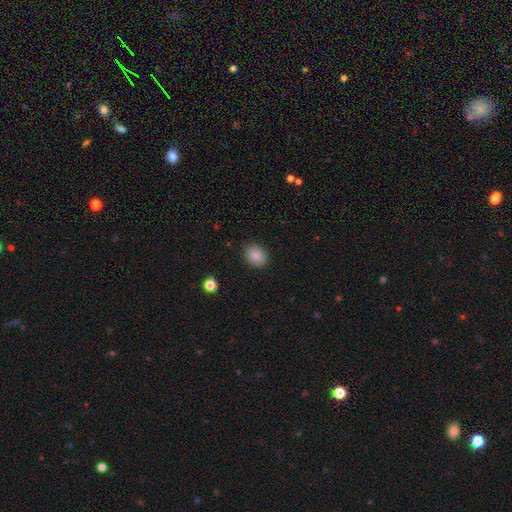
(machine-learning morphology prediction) Smooth or featured: smooth — 85% (star or artifact — 8%)
How rounded: in between — 51% (round — 48%)
Merging: none — 85% (minor disturbance — 11%)